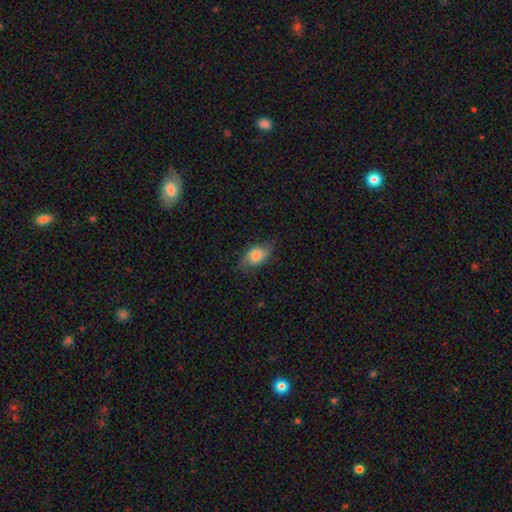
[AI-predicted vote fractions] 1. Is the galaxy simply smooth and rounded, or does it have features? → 60% smooth, 32% featured or disk, 8% star or artifact.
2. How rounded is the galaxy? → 84% in between, 13% round, 3% cigar-shaped.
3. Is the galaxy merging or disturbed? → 68% none, 24% minor disturbance, 7% major disturbance, 1% merger.